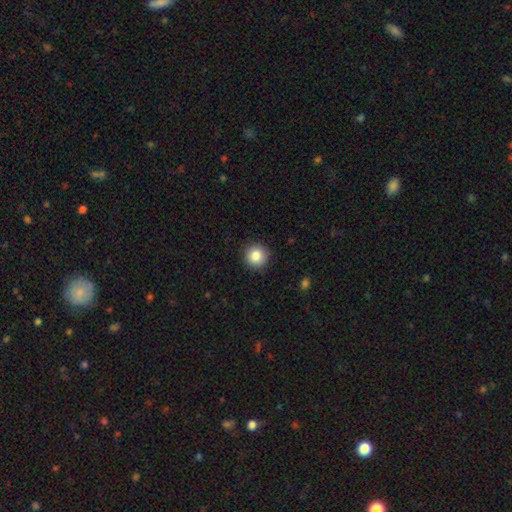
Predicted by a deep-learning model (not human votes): smooth-or-featured: smooth: 84% | star or artifact: 10% | featured or disk: 6%
  how-rounded: round: 95% | in between: 4% | cigar-shaped: 1%
  merging: none: 91% | minor disturbance: 6% | major disturbance: 2% | merger: 1%